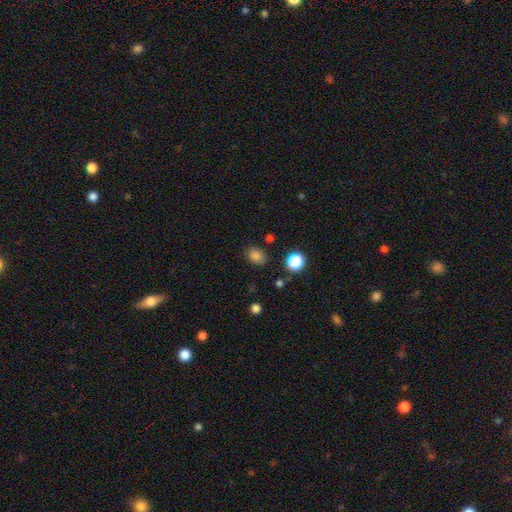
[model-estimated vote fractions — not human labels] smooth 82%, star or artifact 13%, featured or disk 5%. Down the decision tree: how rounded — in between (59%); merging — none (81%).